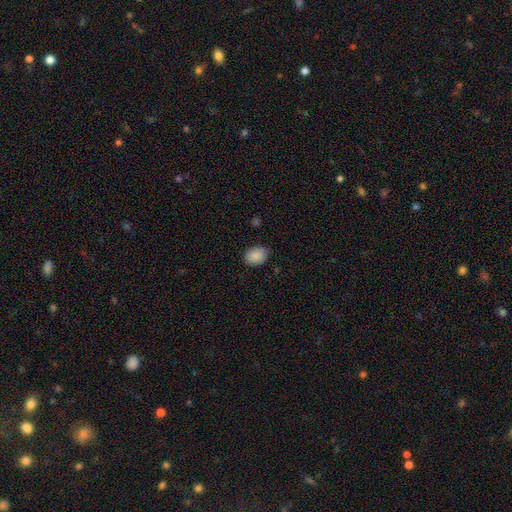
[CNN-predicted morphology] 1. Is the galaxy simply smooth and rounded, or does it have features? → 89% smooth, 8% star or artifact, 3% featured or disk.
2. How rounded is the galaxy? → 62% in between, 37% round, 1% cigar-shaped.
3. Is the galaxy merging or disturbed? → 85% none, 12% minor disturbance, 2% major disturbance, 1% merger.